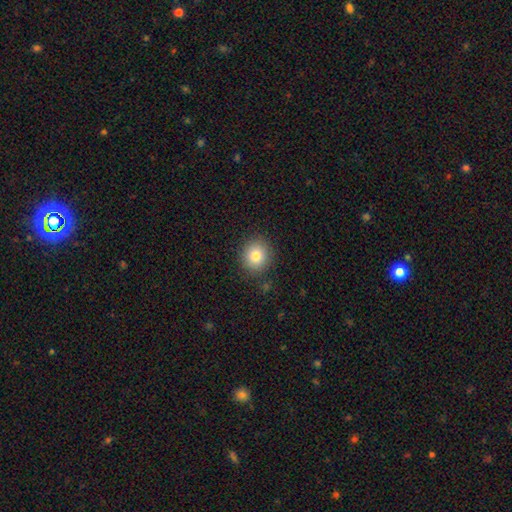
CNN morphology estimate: Smooth or featured: smooth — 81% (star or artifact — 10%)
How rounded: round — 86% (in between — 13%)
Merging: none — 87% (minor disturbance — 8%)